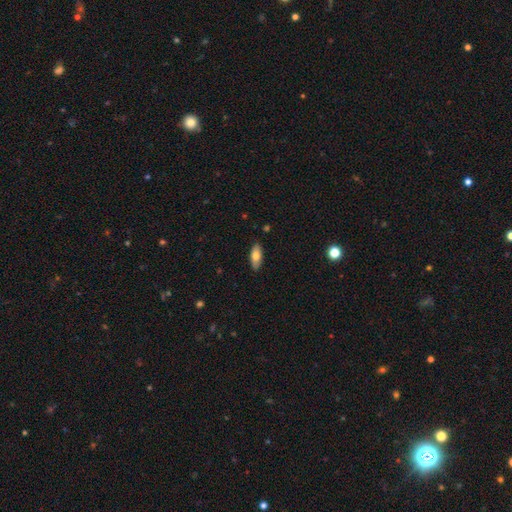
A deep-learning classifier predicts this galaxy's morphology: Q: Smooth or featured?
A: smooth (73%); runner-up: featured or disk (21%)
Q: How rounded?
A: in between (81%); runner-up: cigar-shaped (17%)
Q: Merging?
A: none (88%); runner-up: minor disturbance (10%)